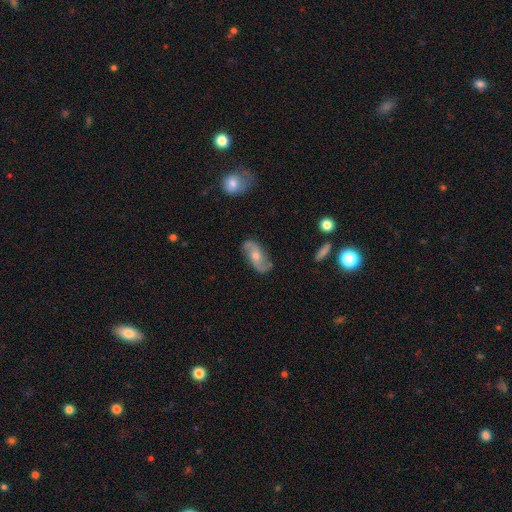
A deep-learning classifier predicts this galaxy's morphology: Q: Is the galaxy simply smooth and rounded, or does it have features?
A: featured or disk — 71%.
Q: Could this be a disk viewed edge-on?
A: no — 92%.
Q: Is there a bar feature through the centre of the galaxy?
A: no — 64%.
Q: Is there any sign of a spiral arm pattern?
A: yes — 89%.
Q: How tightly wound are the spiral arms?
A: loose — 53%.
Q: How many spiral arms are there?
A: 2 — 89%.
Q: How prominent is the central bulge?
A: moderate — 58%.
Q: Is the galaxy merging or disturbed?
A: none — 79%.